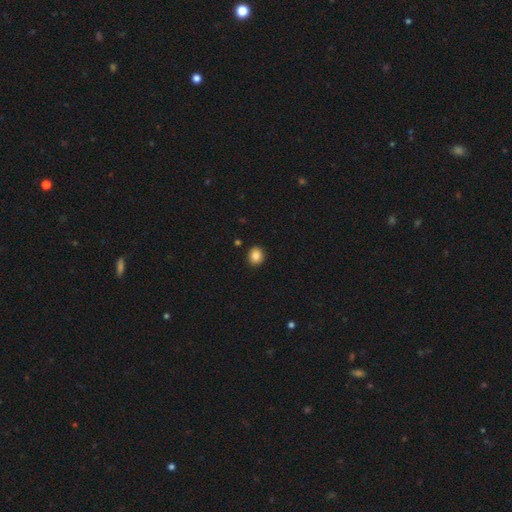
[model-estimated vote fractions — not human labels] This appears to be a smooth galaxy with no disk features (85%) that is round (76%). Merging: none (92%).